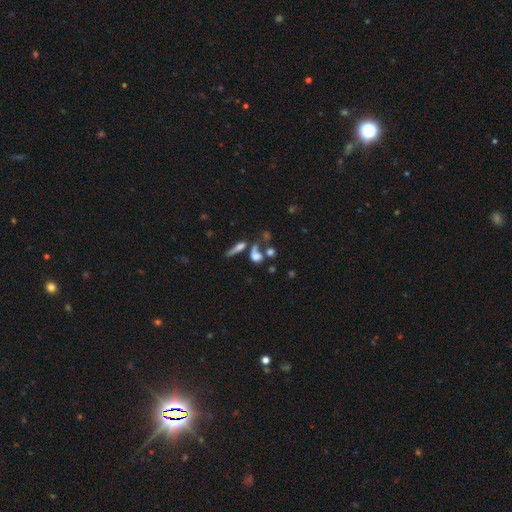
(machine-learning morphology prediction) Smooth or featured? smooth (61%)
How rounded? round (43%)
Merging? merger (38%)